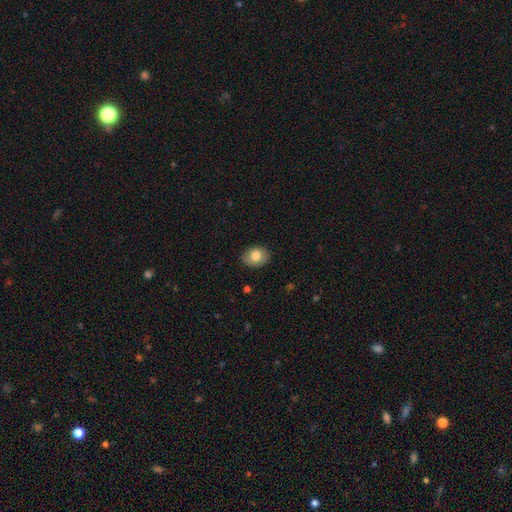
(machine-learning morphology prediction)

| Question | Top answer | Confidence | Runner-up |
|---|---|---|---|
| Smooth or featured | smooth | 78% | featured or disk (14%) |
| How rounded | in between | 64% | round (35%) |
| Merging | none | 86% | minor disturbance (11%) |